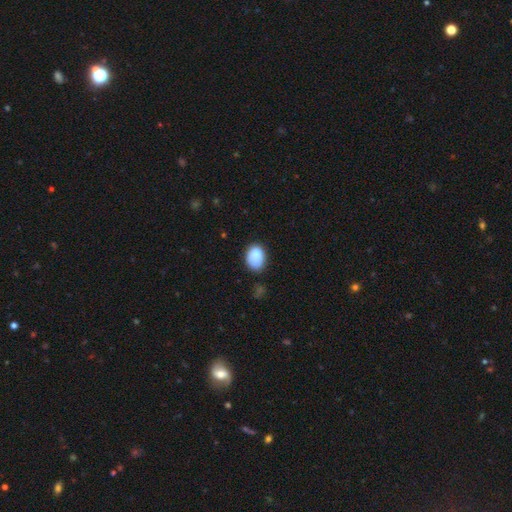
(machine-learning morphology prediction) smooth_or_featured: smooth (p=0.84) [alt: featured or disk p=0.08]
how_rounded: in between (p=0.74) [alt: round p=0.25]
merging: none (p=0.56) [alt: minor disturbance p=0.31]